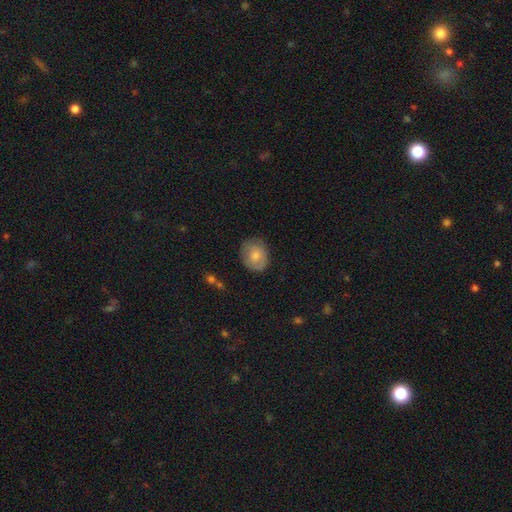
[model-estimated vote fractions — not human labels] Smooth or featured?
  - smooth: 74% *
  - featured or disk: 19%
  - star or artifact: 7%
How rounded?
  - round: 59% *
  - in between: 40%
  - cigar-shaped: 1%
Merging?
  - none: 75% *
  - minor disturbance: 20%
  - major disturbance: 4%
  - merger: 1%